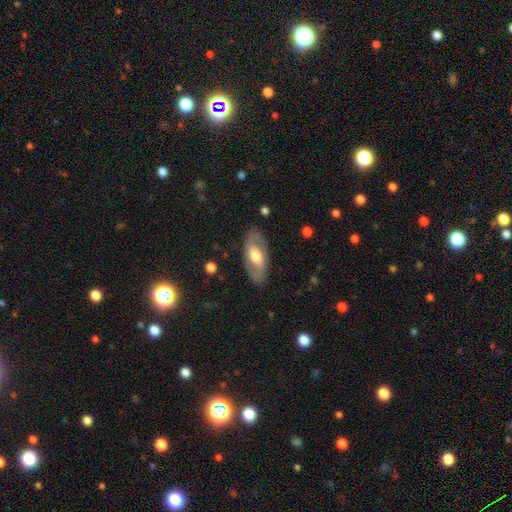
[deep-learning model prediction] smooth_or_featured: featured or disk (p=0.57) [alt: smooth p=0.38]
disk_edge_on: no (p=0.87) [alt: yes p=0.13]
merging: none (p=0.83) [alt: minor disturbance p=0.11]